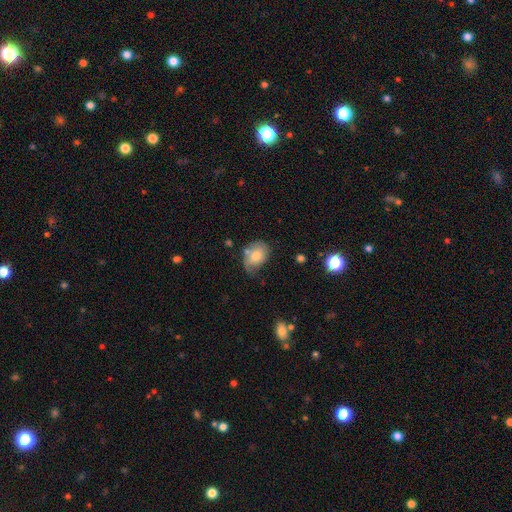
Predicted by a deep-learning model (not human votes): smooth 69%, featured or disk 23%, star or artifact 8%. Down the decision tree: how rounded — in between (69%); merging — none (44%).